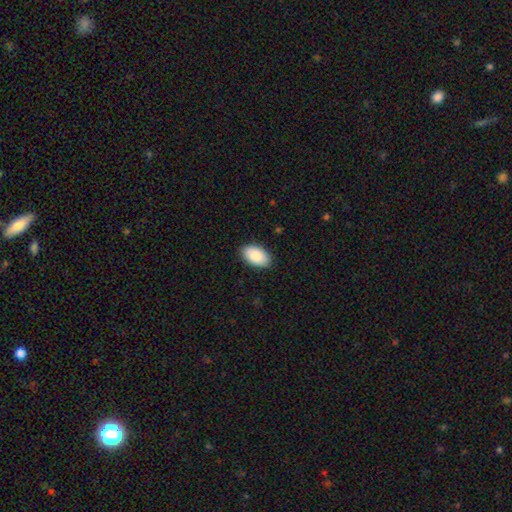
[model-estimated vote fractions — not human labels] Overall: smooth (90%). How rounded: in between (95%). Merging: none (88%).